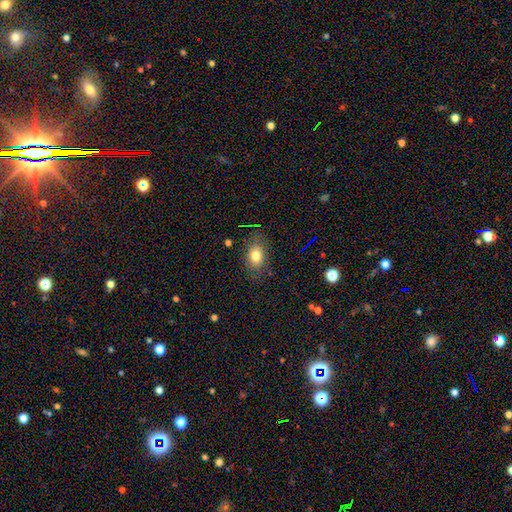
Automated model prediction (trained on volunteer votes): Overall: smooth (79%). How rounded: in between (79%). Merging: none (80%).